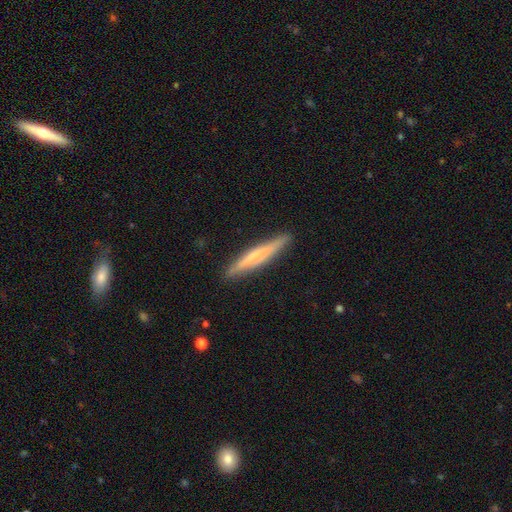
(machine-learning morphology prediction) smooth 49%, featured or disk 45%, star or artifact 6%. Down the decision tree: merging — none (90%).